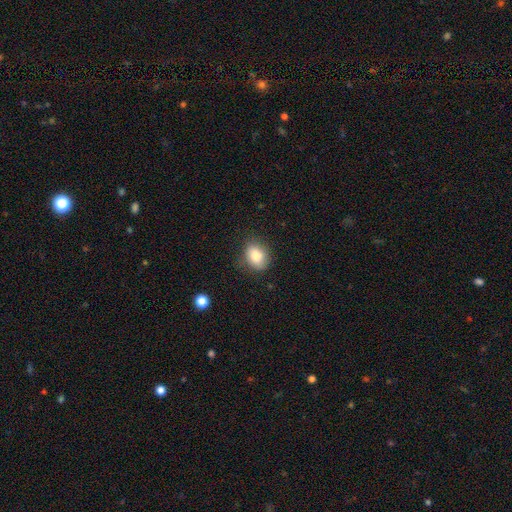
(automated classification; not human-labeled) Smooth or featured? smooth (84%)
How rounded? in between (63%)
Merging? none (75%)